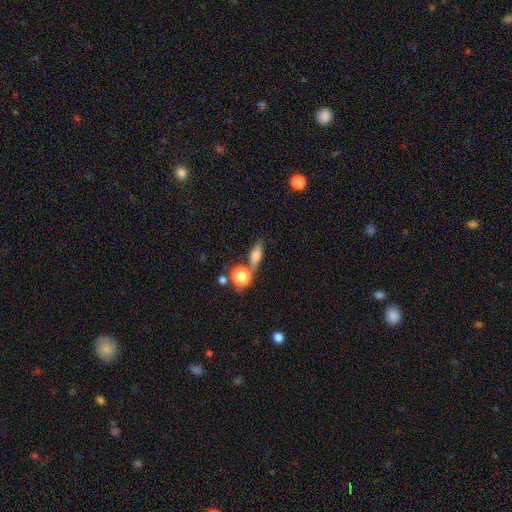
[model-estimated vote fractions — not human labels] Smooth or featured: smooth — 67% (featured or disk — 20%)
How rounded: in between — 56% (cigar-shaped — 25%)
Merging: none — 59% (merger — 21%)